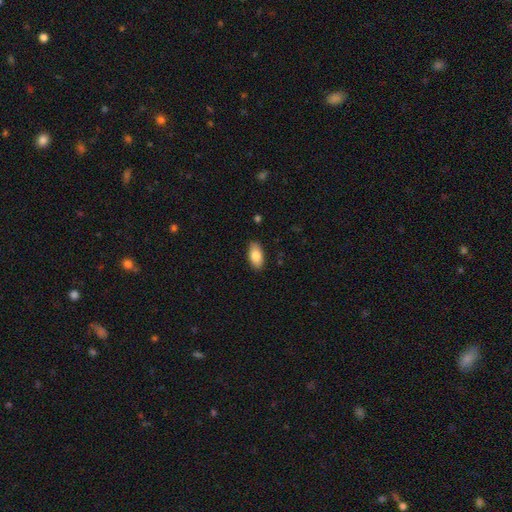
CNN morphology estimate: Q: Smooth or featured?
A: smooth (82%); runner-up: featured or disk (11%)
Q: How rounded?
A: in between (92%); runner-up: cigar-shaped (5%)
Q: Merging?
A: none (87%); runner-up: minor disturbance (10%)